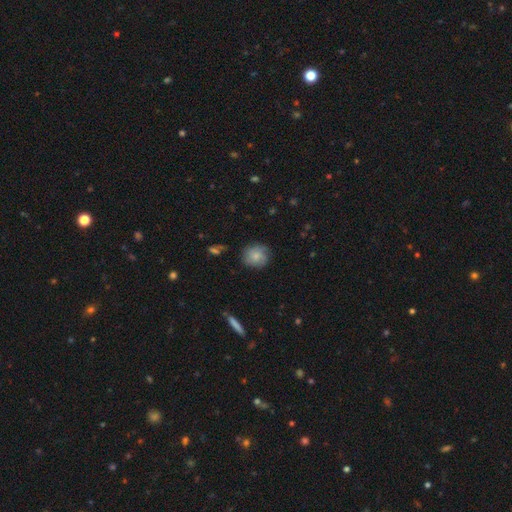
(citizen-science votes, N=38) This appears to be a smooth galaxy with no disk features (82%) that is round (87%). Merging: none (75%).